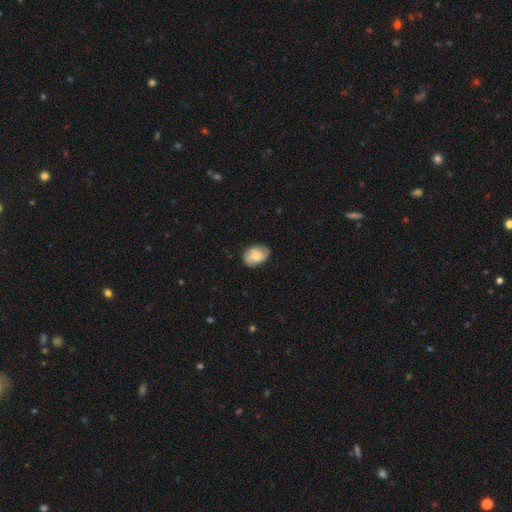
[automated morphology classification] smooth 51%, featured or disk 42%, star or artifact 8%. Down the decision tree: how rounded — in between (79%); merging — none (77%).